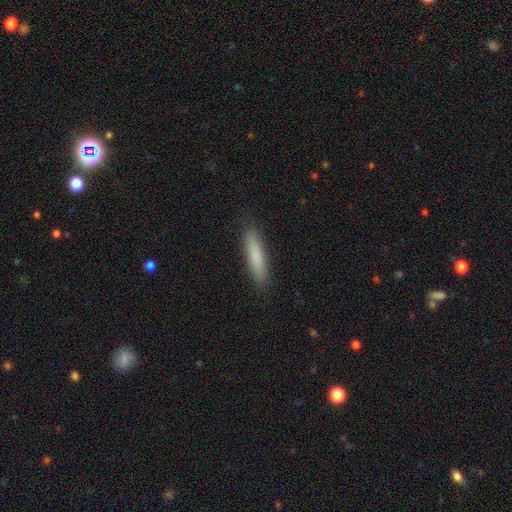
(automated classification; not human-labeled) Q: Smooth or featured?
A: smooth (83%); runner-up: featured or disk (11%)
Q: How rounded?
A: cigar-shaped (86%); runner-up: in between (13%)
Q: Merging?
A: none (89%); runner-up: minor disturbance (8%)